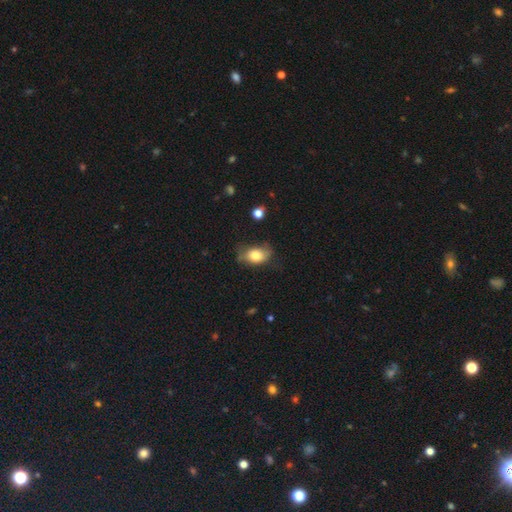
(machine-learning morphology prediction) Smooth or featured? smooth (74%)
How rounded? in between (80%)
Merging? none (51%)